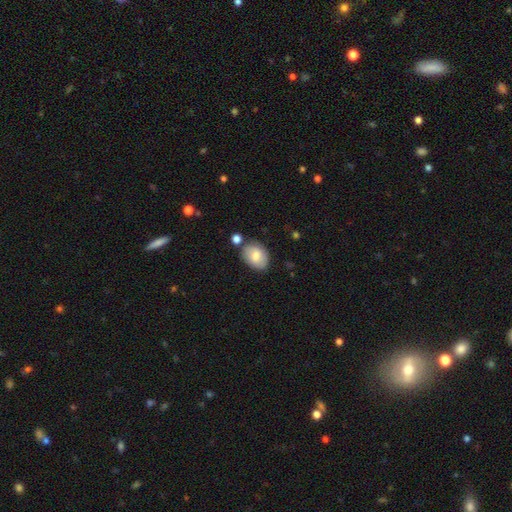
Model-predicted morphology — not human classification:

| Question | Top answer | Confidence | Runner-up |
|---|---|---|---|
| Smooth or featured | smooth | 77% | featured or disk (16%) |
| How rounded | in between | 76% | round (23%) |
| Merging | none | 71% | minor disturbance (17%) |